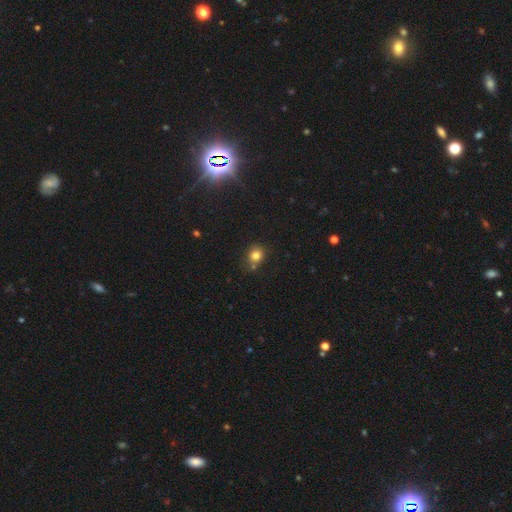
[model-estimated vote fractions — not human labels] Morphology: type=smooth (79%); roundness=round (75%); merging=none (69%).